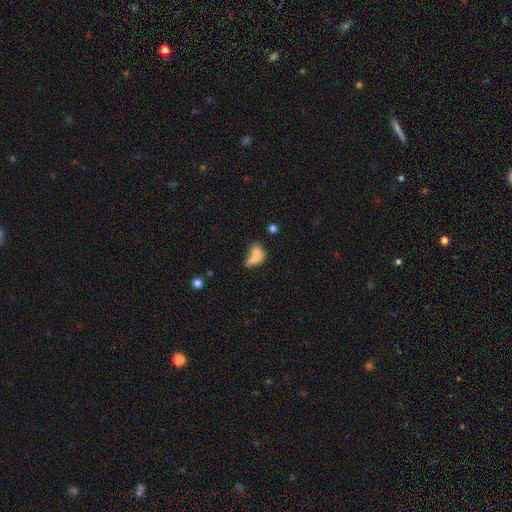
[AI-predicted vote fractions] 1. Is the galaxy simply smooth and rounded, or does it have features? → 71% smooth, 19% featured or disk, 10% star or artifact.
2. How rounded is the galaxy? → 77% in between, 17% round, 7% cigar-shaped.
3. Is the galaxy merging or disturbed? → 53% merger, 22% none, 13% major disturbance, 12% minor disturbance.